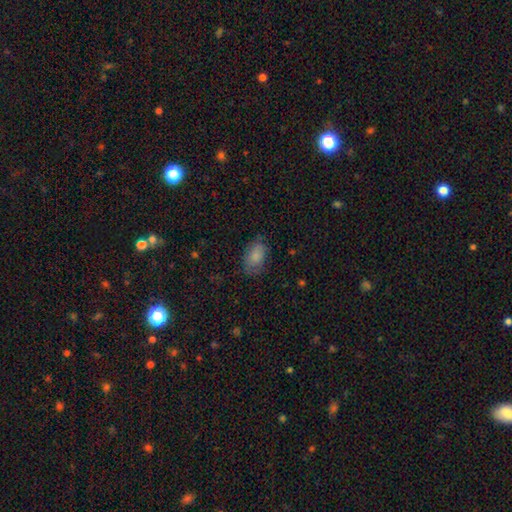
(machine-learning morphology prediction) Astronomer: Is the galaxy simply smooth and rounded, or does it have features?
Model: smooth — 82%.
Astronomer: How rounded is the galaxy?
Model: in between — 90%.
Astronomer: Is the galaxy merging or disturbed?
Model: none — 72%.